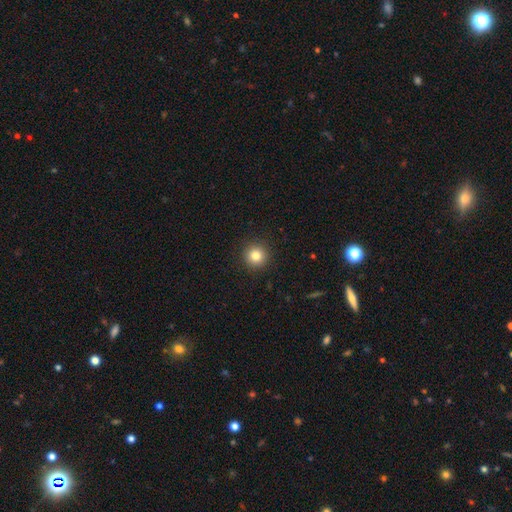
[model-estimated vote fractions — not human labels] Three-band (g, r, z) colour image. It shows a smooth galaxy with no disk features (82%) that is round (95%). Merging: none (92%).